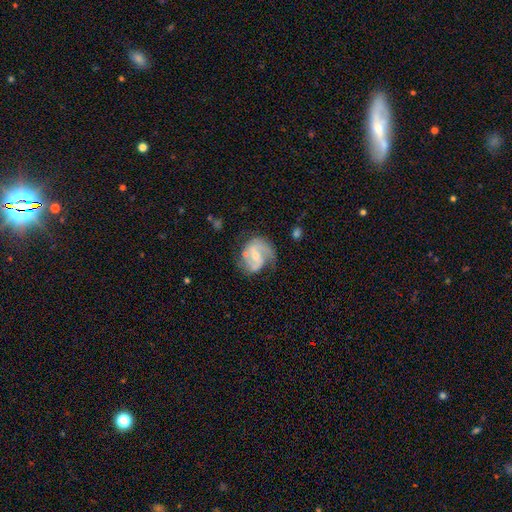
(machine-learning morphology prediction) A featured or disk galaxy (80%) with a weak bar (51%), 2 (75%) medium (49%) spiral arms (93%) and a moderate central bulge (48%). Merging: none (58%).